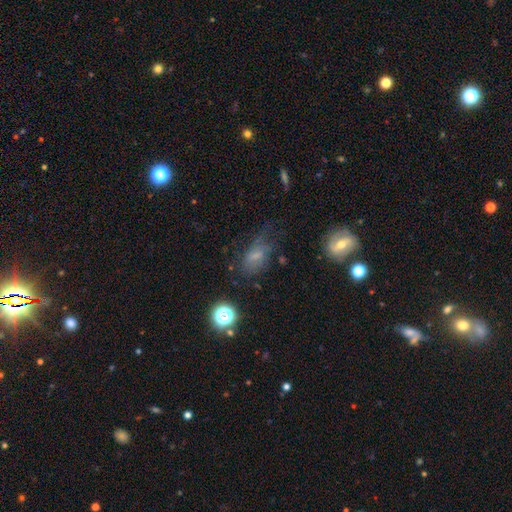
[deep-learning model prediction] Smooth or featured? smooth (55%)
How rounded? in between (82%)
Merging? none (46%)